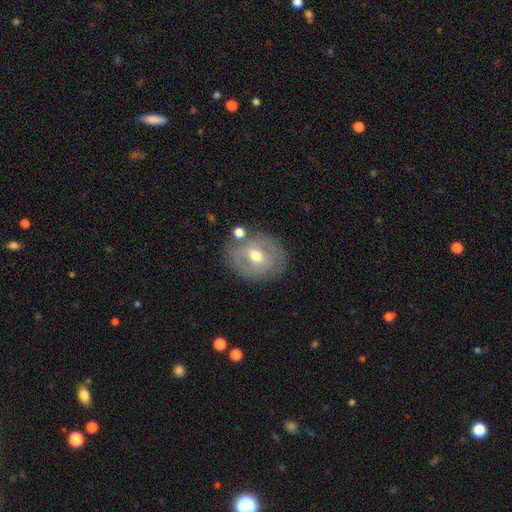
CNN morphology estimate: Smooth or featured?
  - featured or disk: 54% *
  - smooth: 38%
  - star or artifact: 8%
Edge-on disk?
  - no: 94% *
  - yes: 6%
Bar?
  - weak: 48% *
  - no: 33%
  - strong: 19%
Spiral arms?
  - no: 58% *
  - yes: 42%
Bulge size?
  - moderate: 75% *
  - small: 17%
  - large: 6%
  - none: 1%
  - dominant: 1%
Merging?
  - none: 73% *
  - minor disturbance: 16%
  - merger: 6%
  - major disturbance: 5%